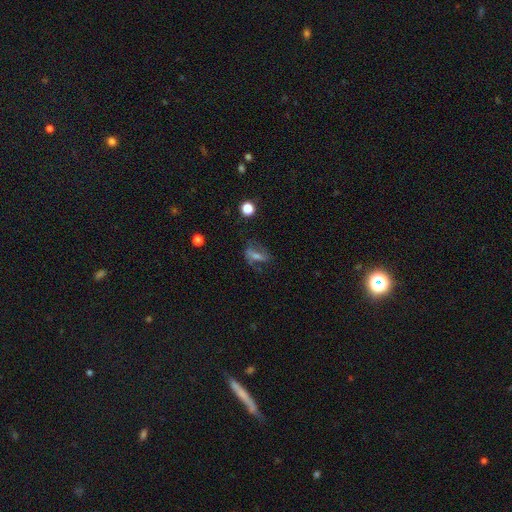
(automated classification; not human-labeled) This appears to be a featured or disk galaxy (58%). Merging: none (60%).